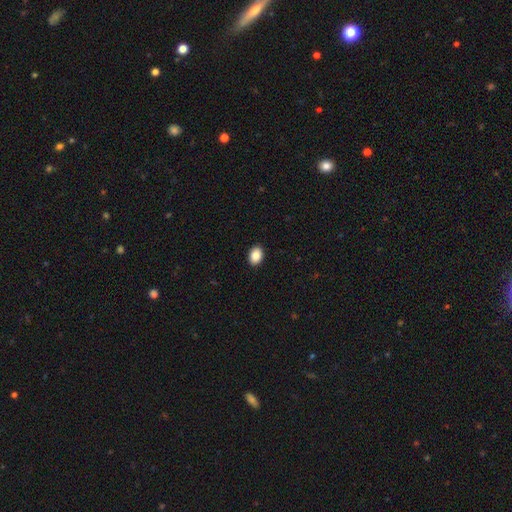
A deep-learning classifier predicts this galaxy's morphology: Q: Smooth or featured?
A: smooth (86%); runner-up: star or artifact (8%)
Q: How rounded?
A: in between (81%); runner-up: round (18%)
Q: Merging?
A: none (91%); runner-up: minor disturbance (6%)